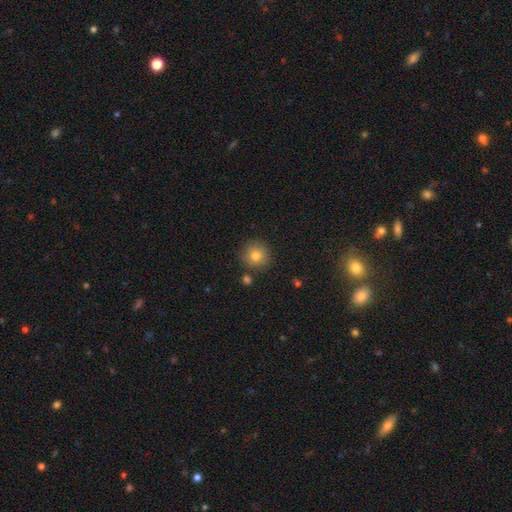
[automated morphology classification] type=smooth (80%); roundness=round (93%); merging=none (86%).